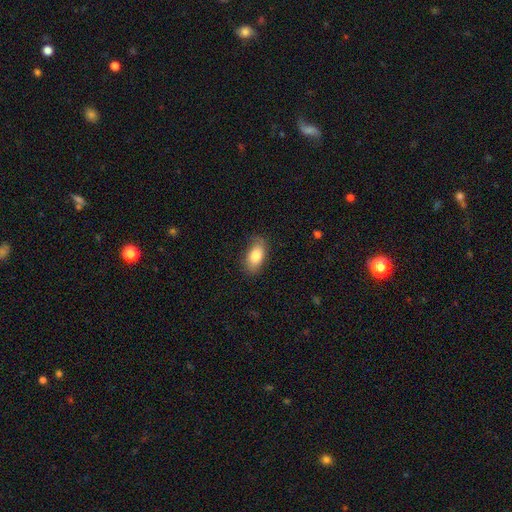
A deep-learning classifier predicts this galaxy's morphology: Smooth or featured? smooth (82%)
How rounded? in between (91%)
Merging? none (77%)